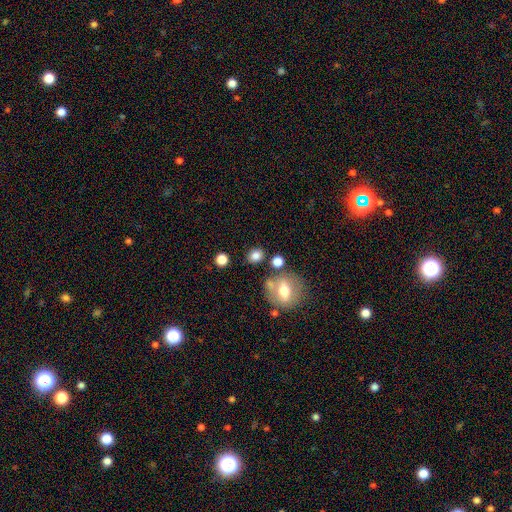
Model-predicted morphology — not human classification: Q: Smooth or featured?
A: smooth (79%); runner-up: star or artifact (12%)
Q: How rounded?
A: round (56%); runner-up: in between (42%)
Q: Merging?
A: none (74%); runner-up: minor disturbance (12%)